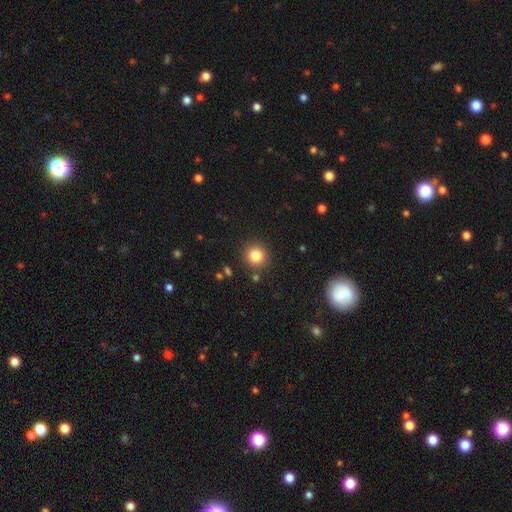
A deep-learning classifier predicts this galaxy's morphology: Smooth or featured? Predicted: smooth (p=0.82). How rounded? Predicted: round (p=0.92). Merging? Predicted: none (p=0.88).